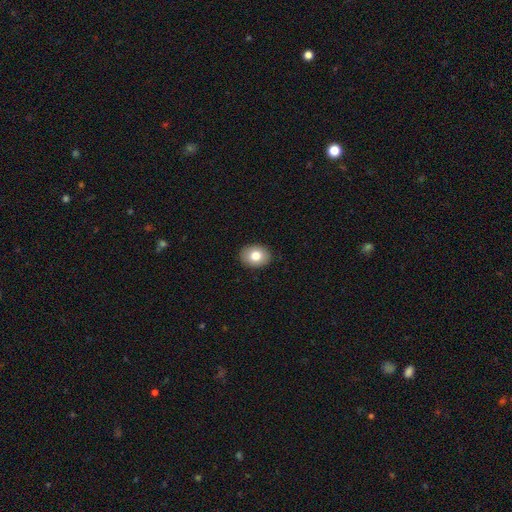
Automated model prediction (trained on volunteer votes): smooth_or_featured: smooth (p=0.80) [alt: featured or disk p=0.12]
how_rounded: in between (p=0.56) [alt: round p=0.43]
merging: none (p=0.90) [alt: minor disturbance p=0.07]